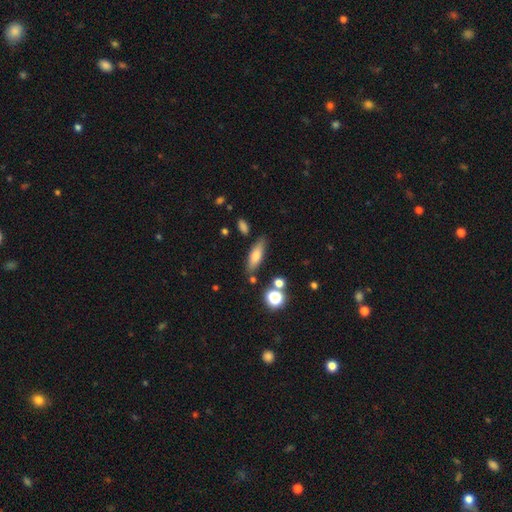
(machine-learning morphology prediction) A smooth galaxy with no disk features (70%) that is in between round and cigar-shaped (53%). Merging: none (78%).